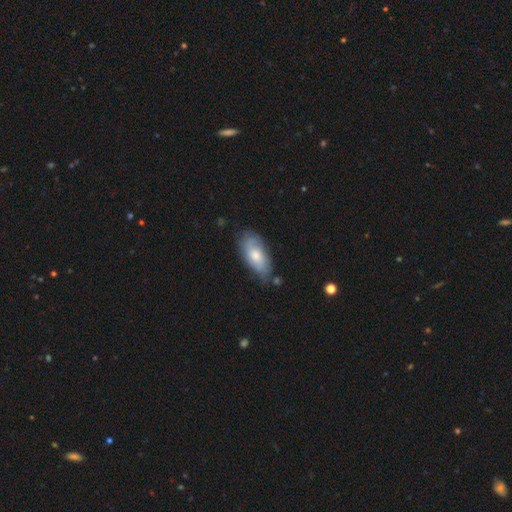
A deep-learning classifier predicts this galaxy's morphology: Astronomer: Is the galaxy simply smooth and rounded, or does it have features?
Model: smooth — 61%.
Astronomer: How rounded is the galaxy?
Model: in between — 89%.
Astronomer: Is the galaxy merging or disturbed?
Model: none — 61%.